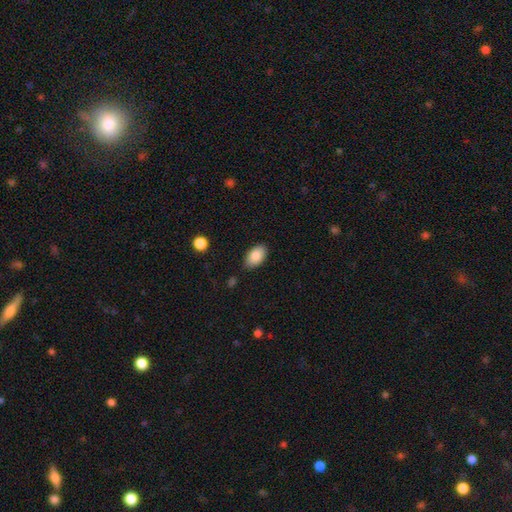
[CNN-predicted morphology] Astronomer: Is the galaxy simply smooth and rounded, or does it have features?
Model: smooth — 87%.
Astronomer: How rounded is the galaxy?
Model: in between — 93%.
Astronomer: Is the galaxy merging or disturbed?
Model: none — 82%.